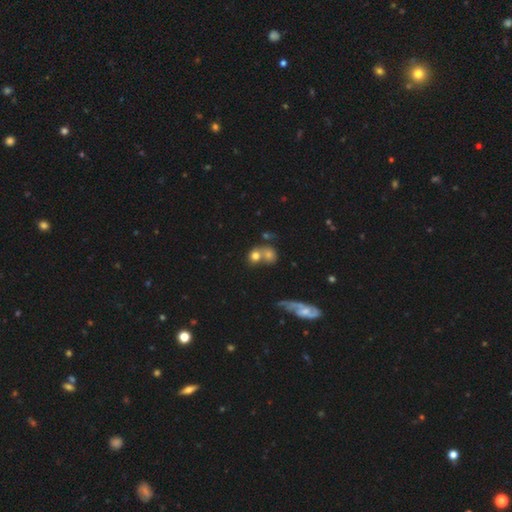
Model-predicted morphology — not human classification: This is likely a smooth galaxy (70%). How rounded: likely round (73%). Merging: possibly merger (52%).